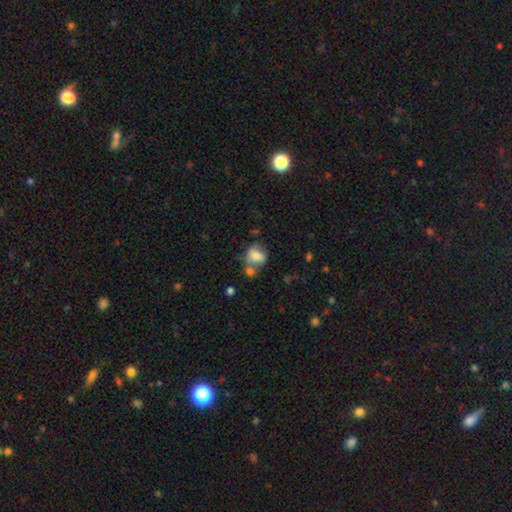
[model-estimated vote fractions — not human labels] Smooth or featured: smooth — 67% (featured or disk — 23%)
How rounded: in between — 52% (round — 47%)
Merging: none — 38% (merger — 30%)